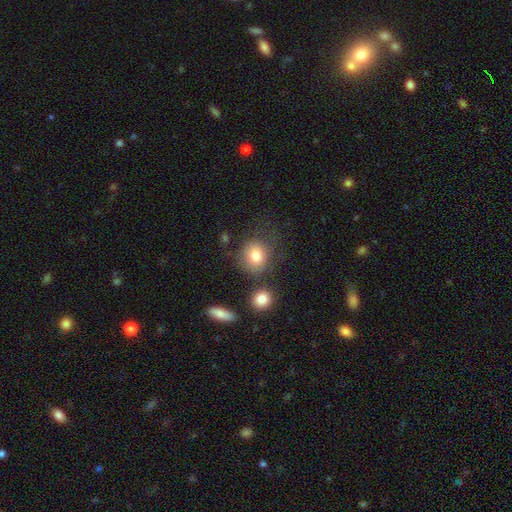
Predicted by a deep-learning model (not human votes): smooth 81%, star or artifact 9%, featured or disk 9%. Down the decision tree: how rounded — round (69%); merging — none (63%).